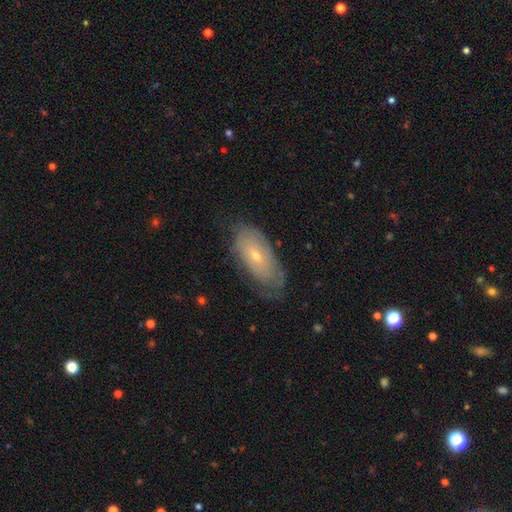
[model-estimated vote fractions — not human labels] The model was most divided on "smooth or featured": featured or disk: 49%, smooth: 44%, star or artifact: 8%. More confident: merging — none (59%).